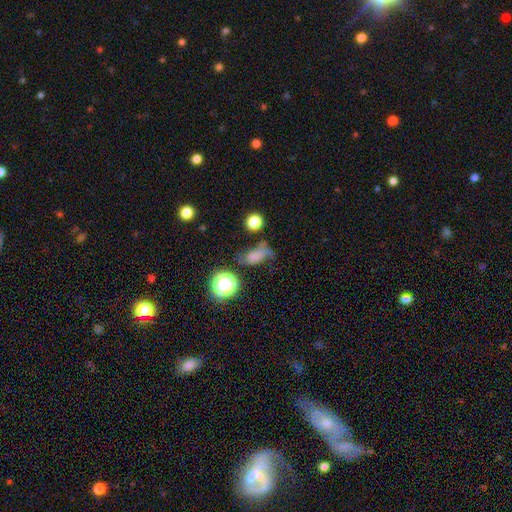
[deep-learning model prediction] This is likely a smooth galaxy (65%). How rounded: likely in between (74%). Merging: marginally none (35%).